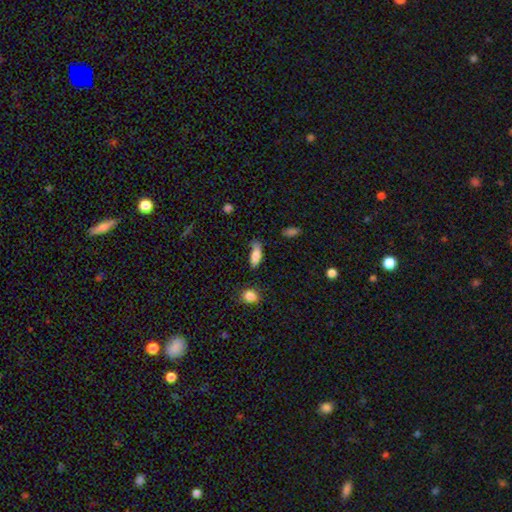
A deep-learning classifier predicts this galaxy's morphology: Smooth or featured? smooth (82%)
How rounded? in between (71%)
Merging? none (48%)